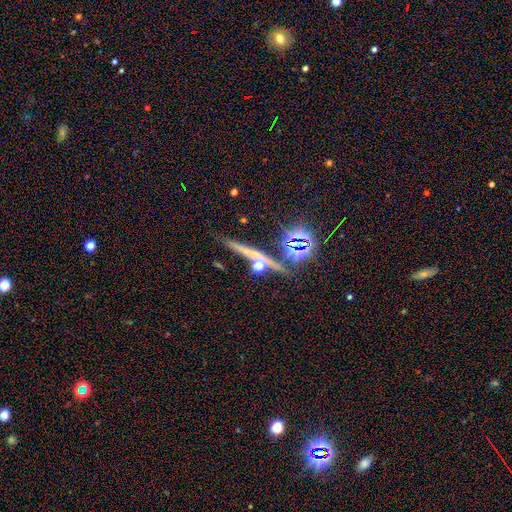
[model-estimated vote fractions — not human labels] Q: Smooth or featured?
A: featured or disk (39%); runner-up: star or artifact (37%)
Q: Merging?
A: none (77%); runner-up: minor disturbance (9%)